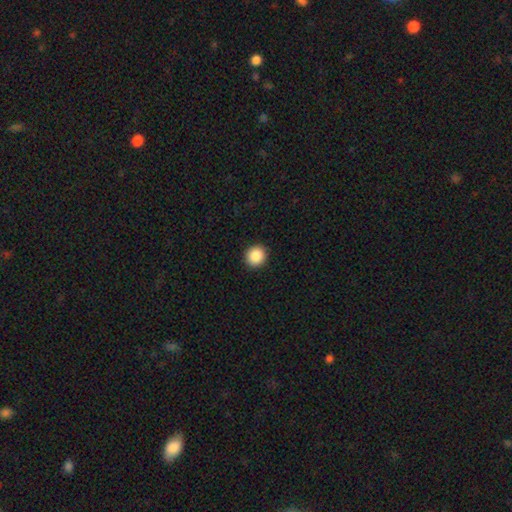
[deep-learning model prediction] The model was most divided on "smooth or featured": smooth: 87%, star or artifact: 9%, featured or disk: 4%. More confident: merging — none (93%); how rounded — round (90%).